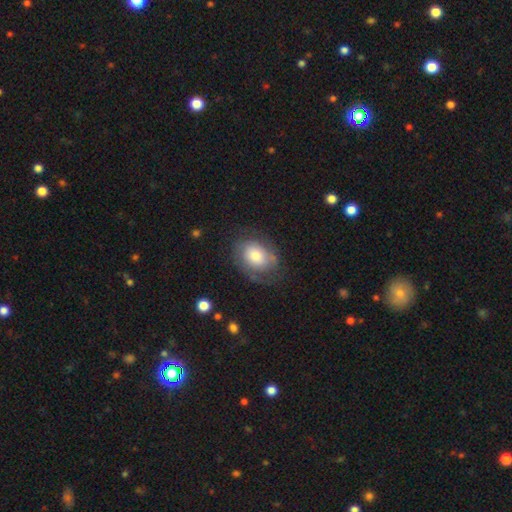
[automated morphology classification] Smooth or featured? smooth (54%)
How rounded? in between (65%)
Merging? none (59%)